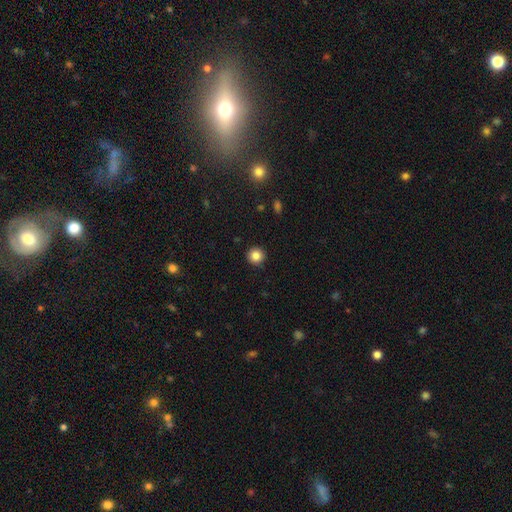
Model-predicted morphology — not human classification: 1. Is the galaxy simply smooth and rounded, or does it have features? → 84% smooth, 11% star or artifact, 5% featured or disk.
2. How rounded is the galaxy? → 95% round, 4% in between, 1% cigar-shaped.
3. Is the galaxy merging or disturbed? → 92% none, 5% minor disturbance, 2% major disturbance, 1% merger.